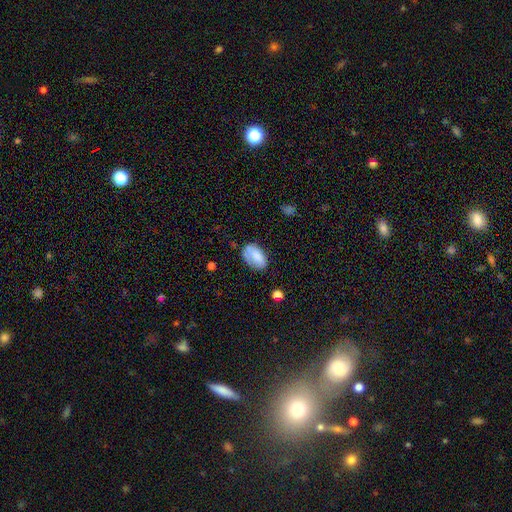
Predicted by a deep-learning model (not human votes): A smooth galaxy with no disk features (74%) that is in between round and cigar-shaped (91%).

Vote fractions:
- Smooth or featured? smooth: 74% / featured or disk: 18% / star or artifact: 8%
- How rounded? in between: 91% / round: 7% / cigar-shaped: 2%
- Merging? none: 60% / minor disturbance: 28% / major disturbance: 9% / merger: 3%